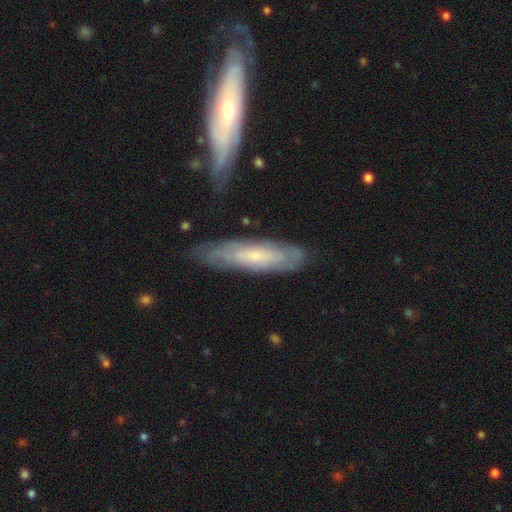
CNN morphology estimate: type=featured or disk (58%); edge-on=no (63%); merging=none (73%).